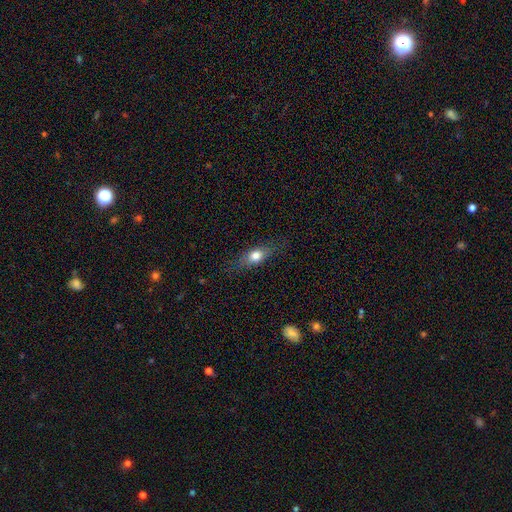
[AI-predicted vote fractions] Smooth or featured? Predicted: smooth (p=0.70). How rounded? Predicted: in between (p=0.65). Merging? Predicted: none (p=0.77).